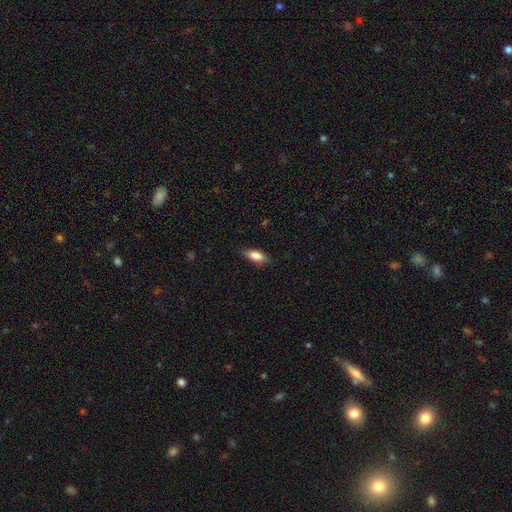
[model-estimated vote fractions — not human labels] Overall: smooth (86%). How rounded: in between (81%). Merging: none (79%).